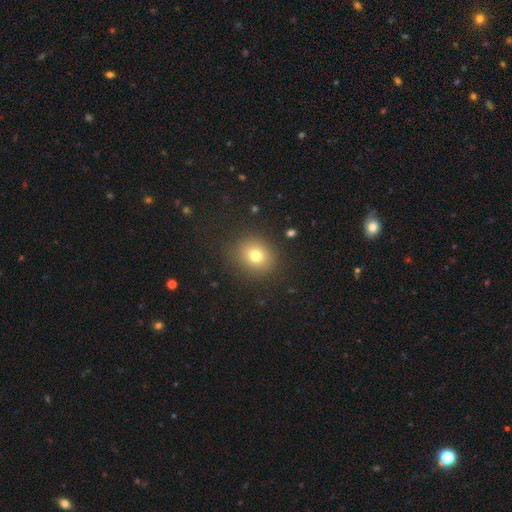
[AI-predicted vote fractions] A smooth galaxy with no disk features (76%) that is round (77%).

Vote fractions:
- Smooth or featured? smooth: 76% / star or artifact: 14% / featured or disk: 10%
- How rounded? round: 77% / in between: 23% / cigar-shaped: 1%
- Merging? none: 87% / minor disturbance: 8% / major disturbance: 4% / merger: 1%